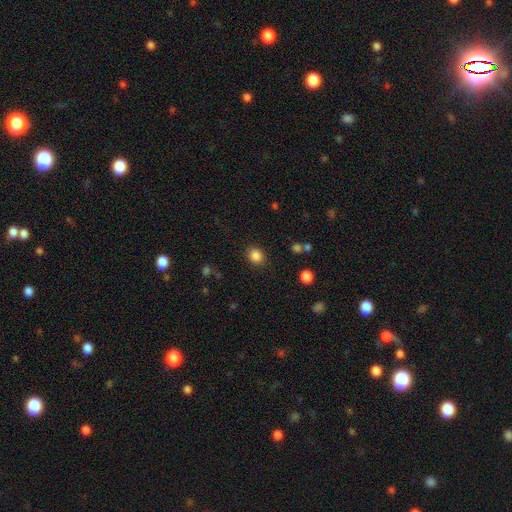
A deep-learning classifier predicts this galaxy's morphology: Q: Smooth or featured?
A: smooth (85%); runner-up: star or artifact (11%)
Q: How rounded?
A: round (66%); runner-up: in between (33%)
Q: Merging?
A: none (88%); runner-up: minor disturbance (8%)